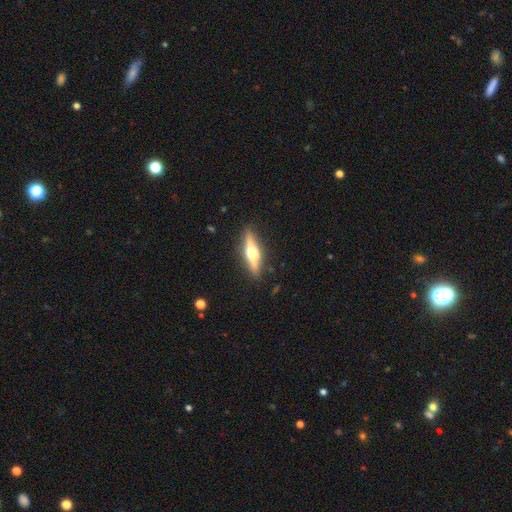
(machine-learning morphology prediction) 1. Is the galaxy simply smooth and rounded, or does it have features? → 65% featured or disk, 29% smooth, 6% star or artifact.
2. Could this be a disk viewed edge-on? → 95% yes, 5% no.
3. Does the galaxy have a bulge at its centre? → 94% rounded, 4% boxy, 2% none.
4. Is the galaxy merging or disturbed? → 87% none, 9% minor disturbance, 2% major disturbance, 1% merger.